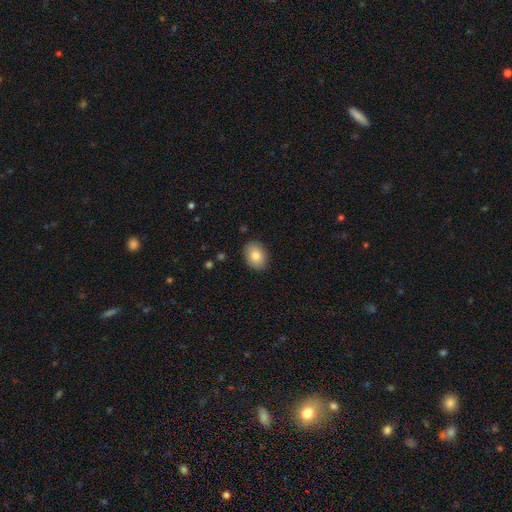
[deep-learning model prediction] This is clearly a smooth galaxy (84%). How rounded: likely in between (77%). Merging: clearly none (88%).